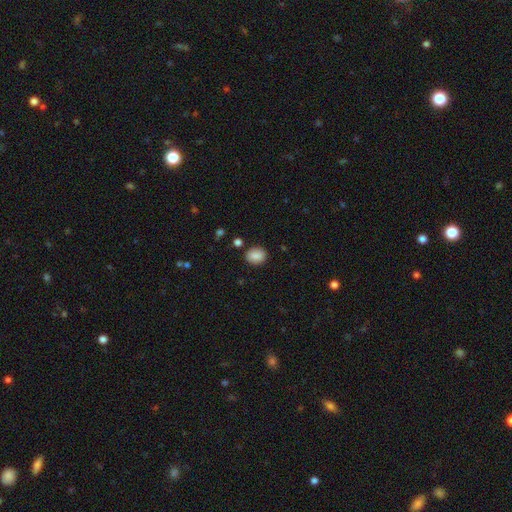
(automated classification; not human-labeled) This is clearly a smooth galaxy (87%). How rounded: possibly in between (51%). Merging: clearly none (85%).